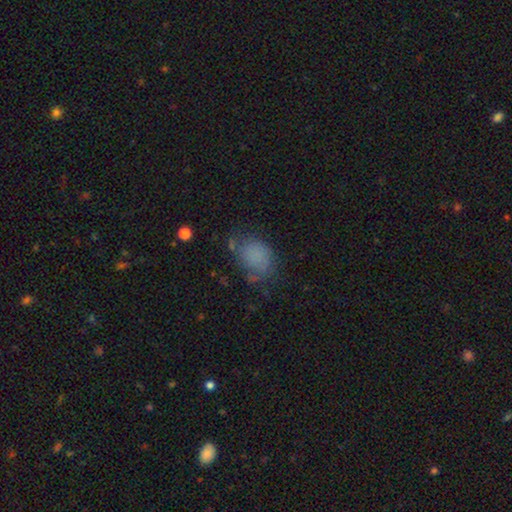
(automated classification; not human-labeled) Smooth or featured? Predicted: smooth (p=0.73). How rounded? Predicted: in between (p=0.69). Merging? Predicted: none (p=0.51).